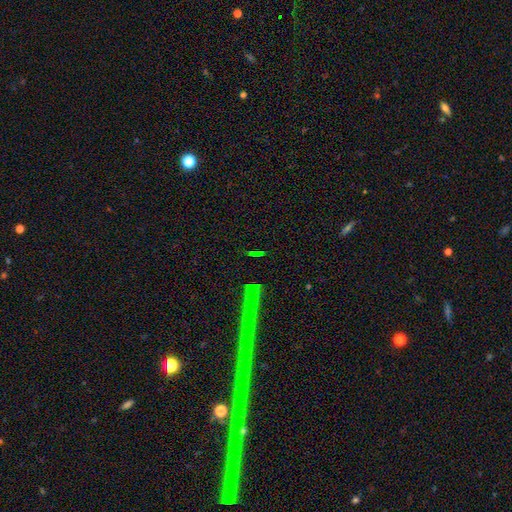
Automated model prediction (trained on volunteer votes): This appears to be a star or artifact, not a galaxy (66%).